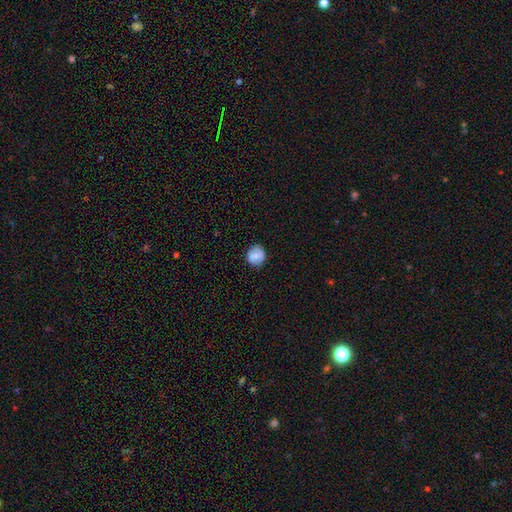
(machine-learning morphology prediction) The model was most divided on "smooth or featured": smooth: 79%, featured or disk: 13%, star or artifact: 8%. More confident: merging — none (86%); how rounded — round (84%).